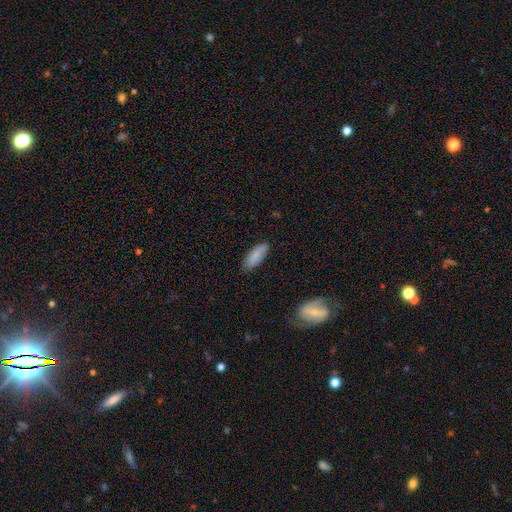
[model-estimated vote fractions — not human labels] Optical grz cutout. It shows a smooth galaxy with no disk features (84%) that is in between round and cigar-shaped (67%). Merging: none (83%).